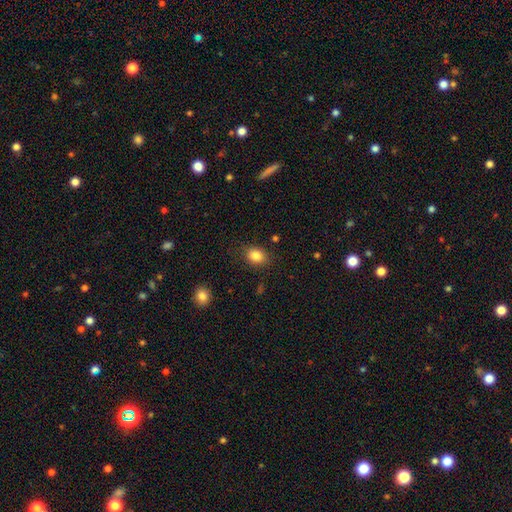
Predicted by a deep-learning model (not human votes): Morphology: type=smooth (84%); roundness=in between (58%); merging=none (83%).